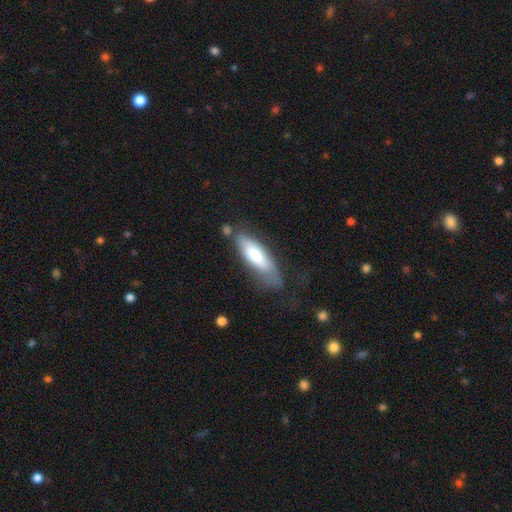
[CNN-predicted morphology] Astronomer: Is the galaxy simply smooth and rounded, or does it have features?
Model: smooth — 68%.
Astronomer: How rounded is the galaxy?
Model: in between — 50% (runner-up: cigar-shaped, 49%).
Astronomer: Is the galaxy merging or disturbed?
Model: none — 51% (runner-up: minor disturbance, 29%).